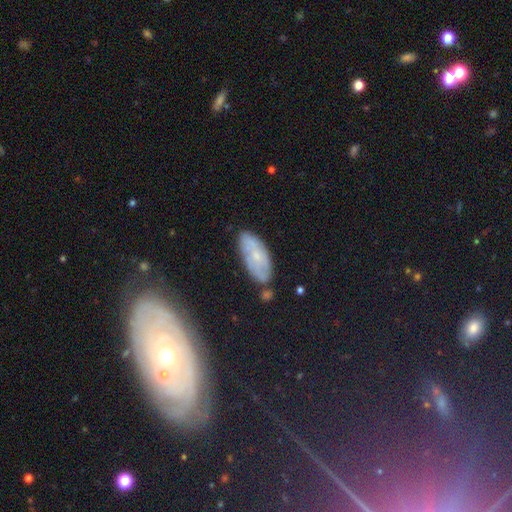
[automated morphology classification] The model was most divided on "smooth or featured": featured or disk: 49%, smooth: 42%, star or artifact: 10%. More confident: merging — none (71%).